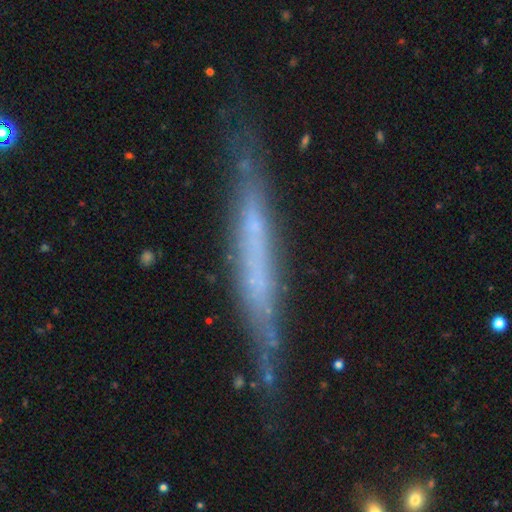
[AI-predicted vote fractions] A featured or disk galaxy (65%) viewed edge-on (90%) with no central bulge (81%).

Vote fractions:
- Smooth or featured? featured or disk: 65% / smooth: 26% / star or artifact: 9%
- Edge-on disk? yes: 90% / no: 10%
- Edge-on bulge? none: 81% / rounded: 11% / boxy: 9%
- Merging? none: 76% / minor disturbance: 18% / major disturbance: 4% / merger: 2%